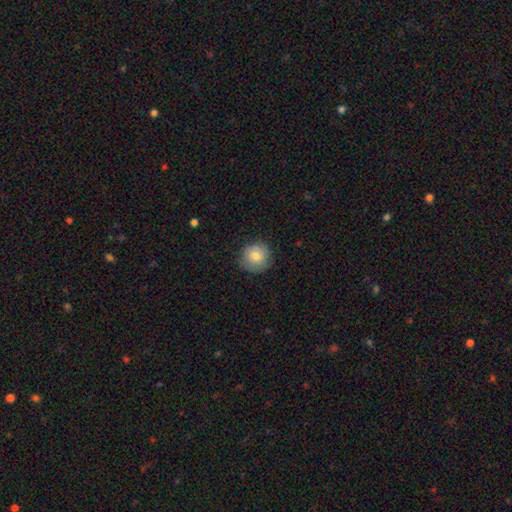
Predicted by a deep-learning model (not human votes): A smooth galaxy with no disk features (79%) that is round (91%). Merging: none (81%).